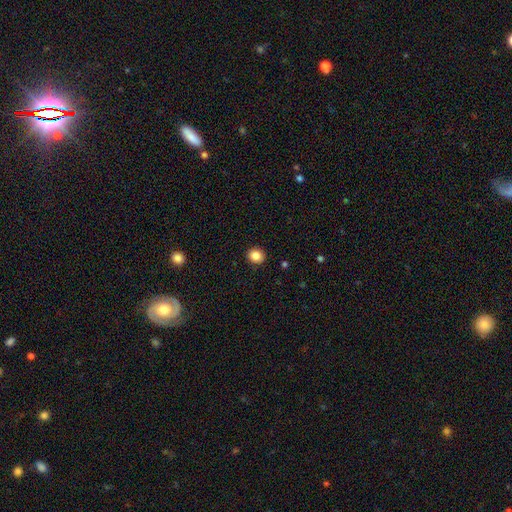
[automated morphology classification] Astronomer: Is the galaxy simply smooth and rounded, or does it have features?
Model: smooth — 86%.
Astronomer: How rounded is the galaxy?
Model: round — 76%.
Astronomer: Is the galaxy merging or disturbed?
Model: none — 91%.